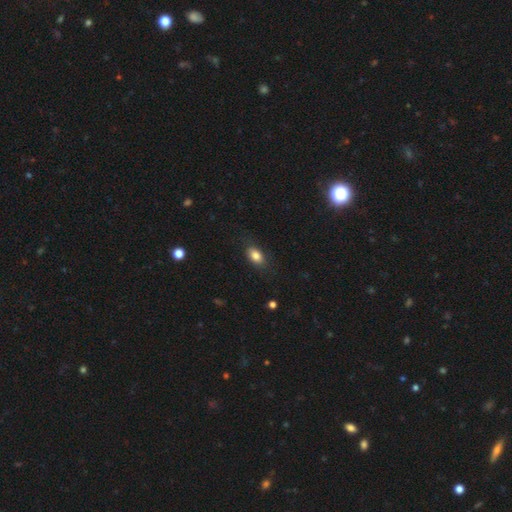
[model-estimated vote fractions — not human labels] This appears to be a smooth galaxy with no disk features (83%) that is in between round and cigar-shaped (87%). Merging: none (79%).